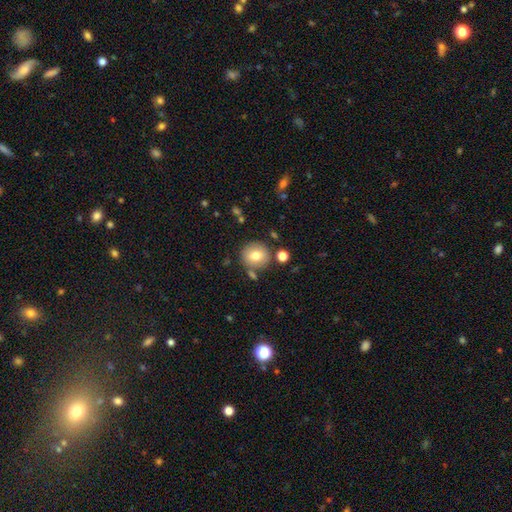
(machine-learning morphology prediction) Smooth or featured: smooth — 74% (featured or disk — 16%)
How rounded: round — 91% (in between — 8%)
Merging: none — 79% (minor disturbance — 10%)